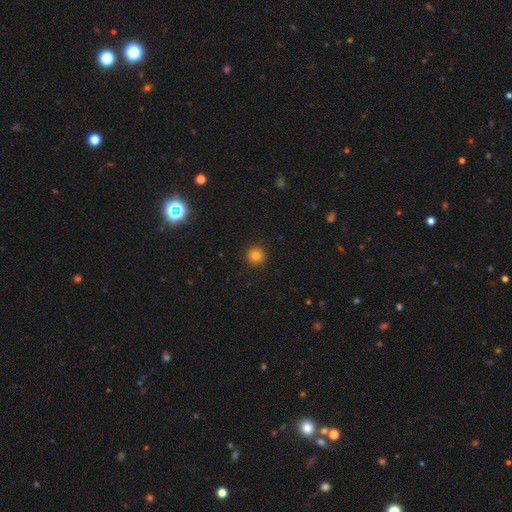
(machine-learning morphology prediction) smooth-or-featured: smooth: 81% | star or artifact: 13% | featured or disk: 6%
  how-rounded: round: 95% | in between: 4% | cigar-shaped: 1%
  merging: none: 92% | minor disturbance: 5% | major disturbance: 2% | merger: 1%